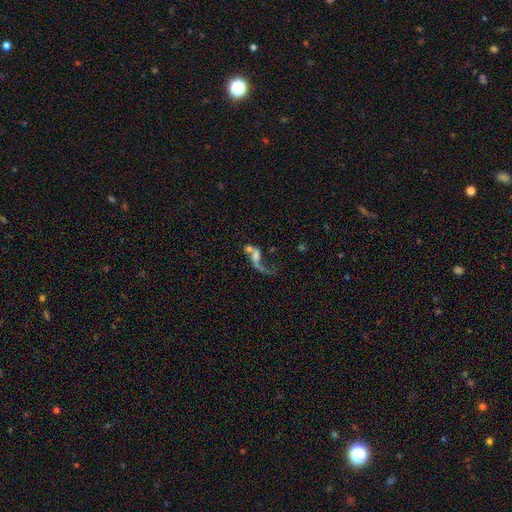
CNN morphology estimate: Smooth or featured: featured or disk — 58% (smooth — 29%)
Edge-on disk: no — 93% (yes — 7%)
Bar: no — 67% (weak — 24%)
Spiral arms: yes — 58% (no — 42%)
Bulge size: none — 35% (small — 25%)
Merging: merger — 47% (major disturbance — 28%)